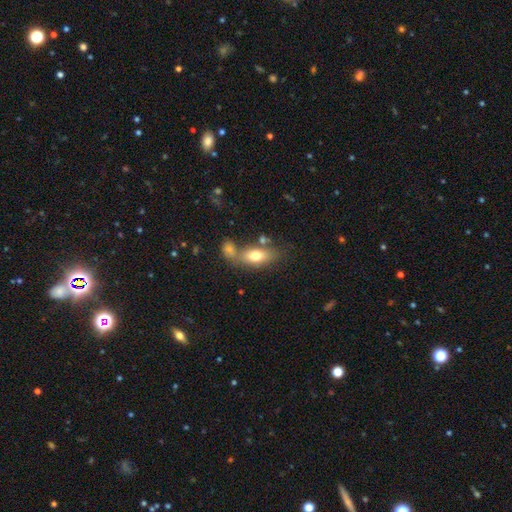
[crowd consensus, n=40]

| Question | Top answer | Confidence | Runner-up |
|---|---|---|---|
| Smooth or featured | smooth | 62% | featured or disk (35%) |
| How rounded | in between | 88% | cigar-shaped (12%) |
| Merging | none | 64% | merger (28%) |